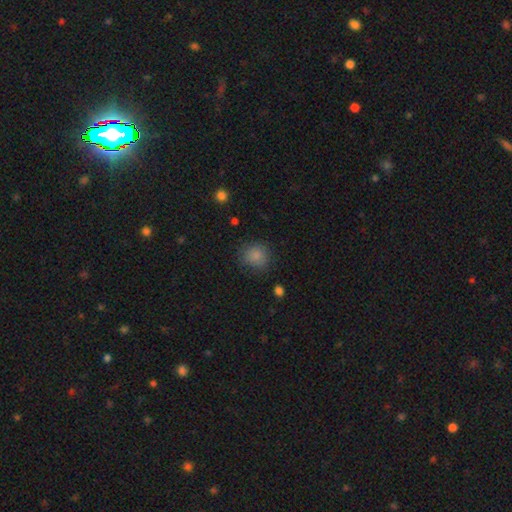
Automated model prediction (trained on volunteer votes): Smooth or featured: smooth — 84% (star or artifact — 11%)
How rounded: round — 84% (in between — 15%)
Merging: none — 77% (minor disturbance — 16%)